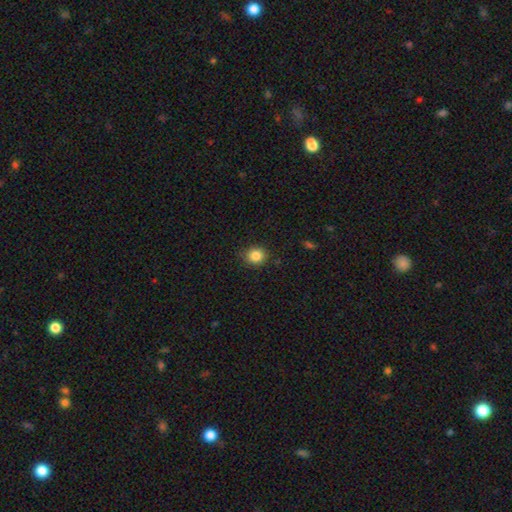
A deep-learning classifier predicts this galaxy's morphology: Q: Smooth or featured?
A: smooth (85%); runner-up: star or artifact (11%)
Q: How rounded?
A: round (80%); runner-up: in between (19%)
Q: Merging?
A: none (86%); runner-up: minor disturbance (10%)